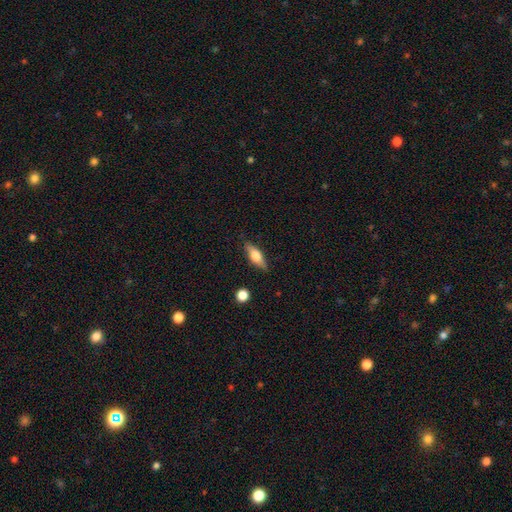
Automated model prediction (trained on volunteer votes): Smooth or featured?
  - smooth: 53% *
  - featured or disk: 40%
  - star or artifact: 7%
How rounded?
  - in between: 57% *
  - cigar-shaped: 40%
  - round: 4%
Merging?
  - none: 83% *
  - minor disturbance: 13%
  - major disturbance: 3%
  - merger: 2%